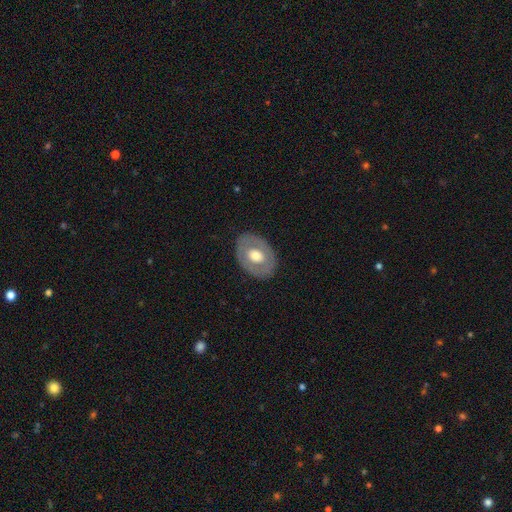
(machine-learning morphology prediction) A smooth galaxy with no disk features (49%).

Vote fractions:
- Smooth or featured? smooth: 49% / featured or disk: 45% / star or artifact: 5%
- Merging? none: 83% / minor disturbance: 12% / major disturbance: 4% / merger: 1%